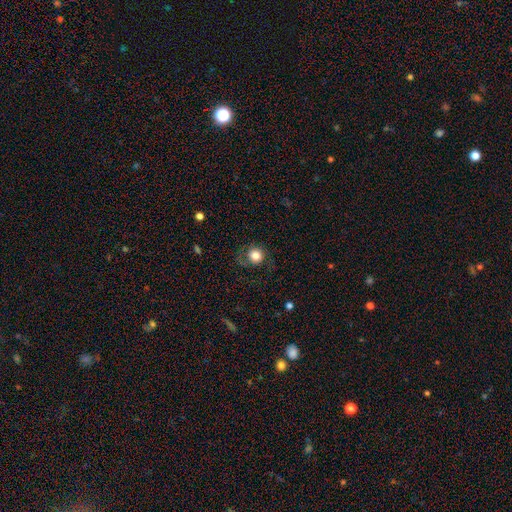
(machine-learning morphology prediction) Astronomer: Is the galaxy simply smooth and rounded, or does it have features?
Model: smooth — 76%.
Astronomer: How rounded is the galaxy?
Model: round — 89%.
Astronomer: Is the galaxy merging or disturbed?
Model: none — 69%.